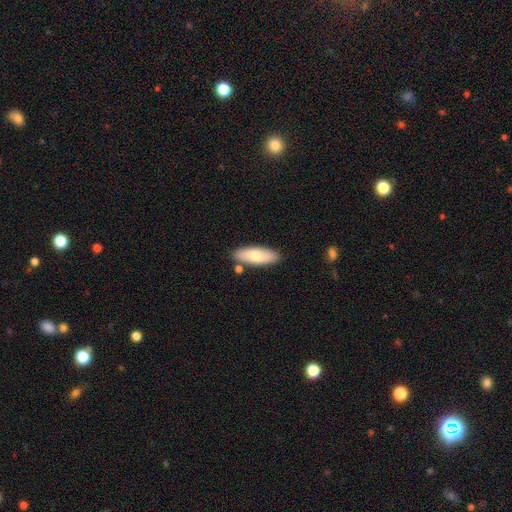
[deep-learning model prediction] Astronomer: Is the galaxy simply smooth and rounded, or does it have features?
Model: smooth — 71%.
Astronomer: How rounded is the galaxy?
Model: in between — 67%.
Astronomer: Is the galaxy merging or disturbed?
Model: none — 81%.